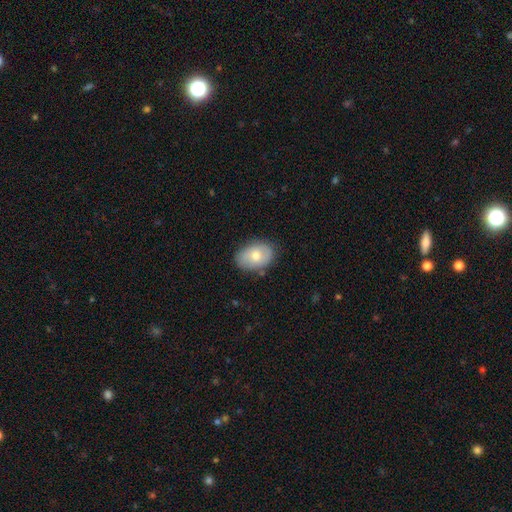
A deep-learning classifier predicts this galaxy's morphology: A smooth galaxy with no disk features (65%) that is in between round and cigar-shaped (81%). Merging: none (79%).